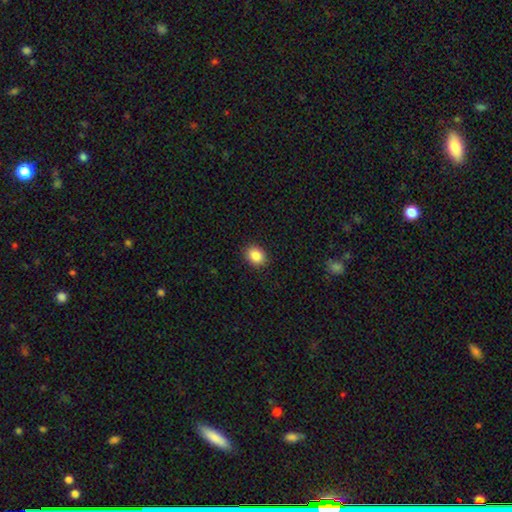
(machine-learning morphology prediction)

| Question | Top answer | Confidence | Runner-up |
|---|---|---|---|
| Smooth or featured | smooth | 87% | star or artifact (9%) |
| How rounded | in between | 51% | round (48%) |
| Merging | none | 90% | minor disturbance (7%) |